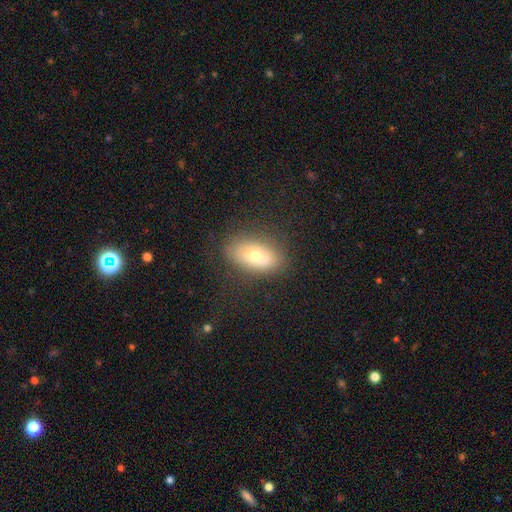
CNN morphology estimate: smooth 69%, featured or disk 22%, star or artifact 9%. Down the decision tree: how rounded — in between (89%); merging — none (79%).